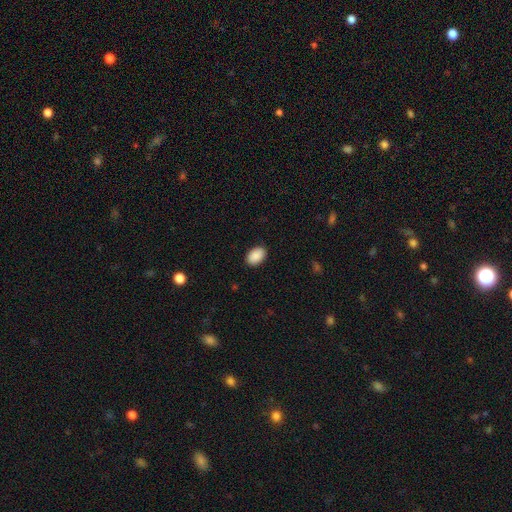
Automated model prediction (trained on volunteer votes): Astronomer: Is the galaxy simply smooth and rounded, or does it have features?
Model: smooth — 91%.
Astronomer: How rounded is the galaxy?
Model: in between — 89%.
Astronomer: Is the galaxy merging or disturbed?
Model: none — 89%.